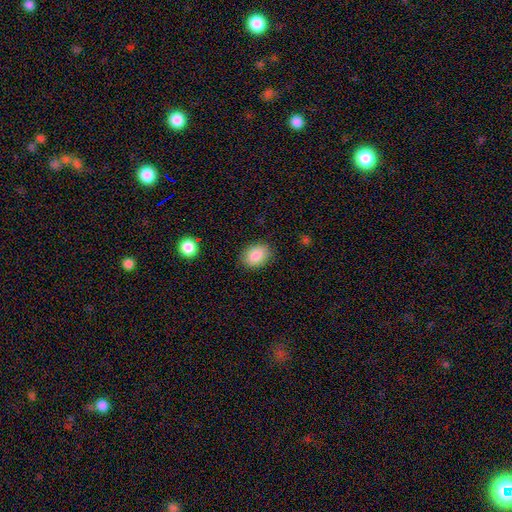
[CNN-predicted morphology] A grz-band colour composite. It shows a smooth galaxy with no disk features (87%) that is in between round and cigar-shaped (70%). Merging: none (86%).